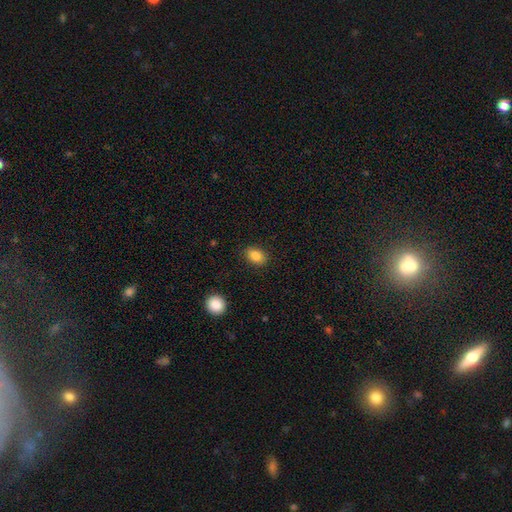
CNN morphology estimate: This is clearly a smooth galaxy (85%). How rounded: likely in between (76%). Merging: clearly none (87%).